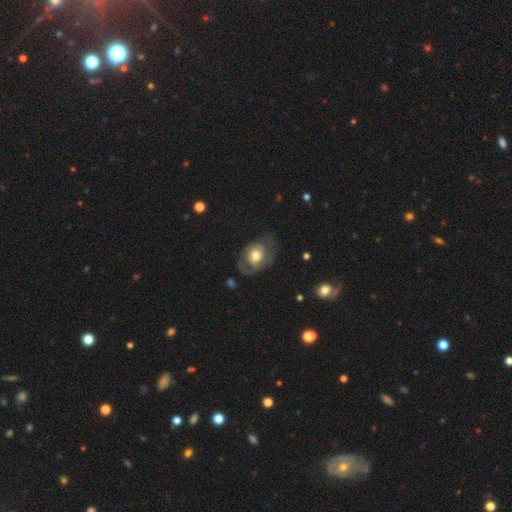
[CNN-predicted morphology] This appears to be a featured or disk galaxy (58%) with no bar (77%), spiral arms (70%) and a moderate central bulge (63%). Merging: none (52%).